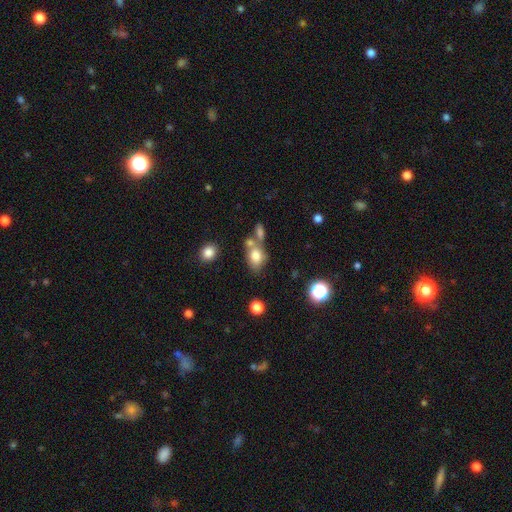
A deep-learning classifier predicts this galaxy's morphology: Overall: smooth (75%). How rounded: in between (73%). Merging: none (42%; merger 36%).